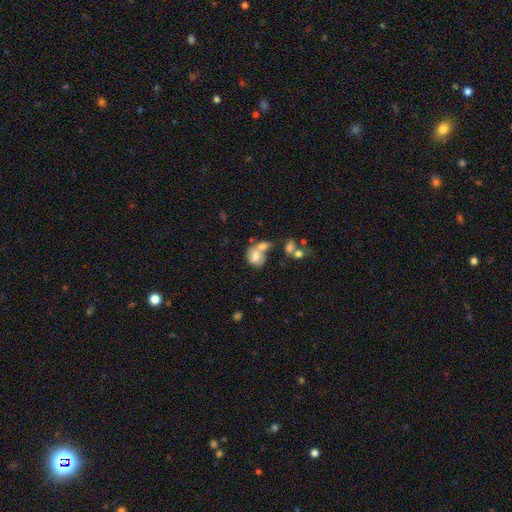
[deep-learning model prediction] The model was most divided on "how rounded": in between: 53%, round: 46%, cigar-shaped: 1%. More confident: smooth or featured — smooth (63%); merging — merger (55%).